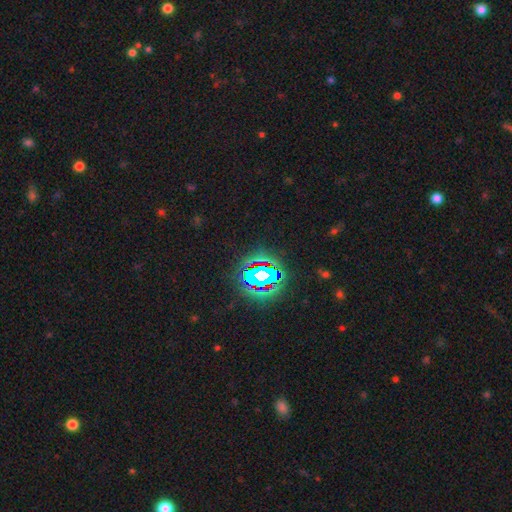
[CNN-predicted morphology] A star or artifact, not a galaxy (84%).

Vote fractions:
- Smooth or featured? star or artifact: 84% / smooth: 10% / featured or disk: 6%